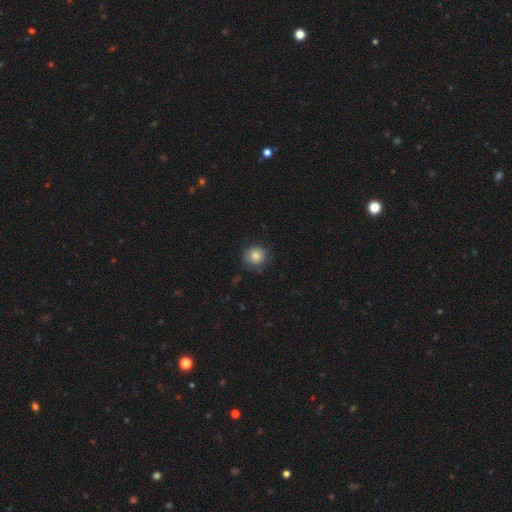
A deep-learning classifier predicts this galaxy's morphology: This is clearly a smooth galaxy (82%). How rounded: clearly round (86%). Merging: clearly none (80%).